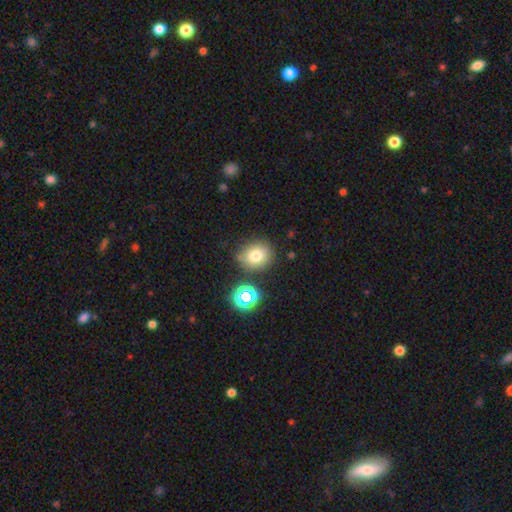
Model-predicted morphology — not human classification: smooth-or-featured: smooth: 75% | star or artifact: 16% | featured or disk: 9%
  how-rounded: round: 77% | in between: 22% | cigar-shaped: 1%
  merging: none: 78% | minor disturbance: 12% | merger: 7% | major disturbance: 3%